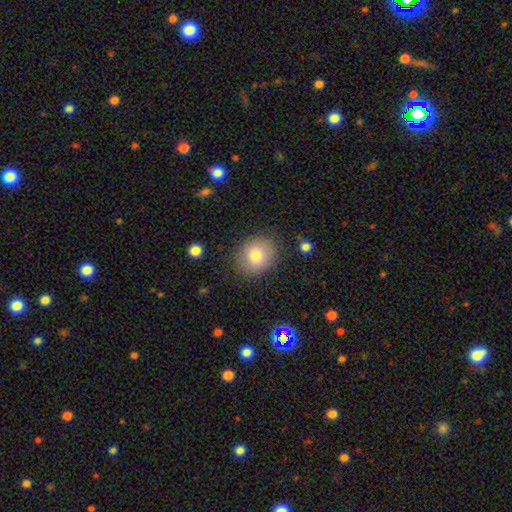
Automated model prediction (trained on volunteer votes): This appears to be a smooth galaxy with no disk features (79%) that is round (68%). Merging: none (82%).